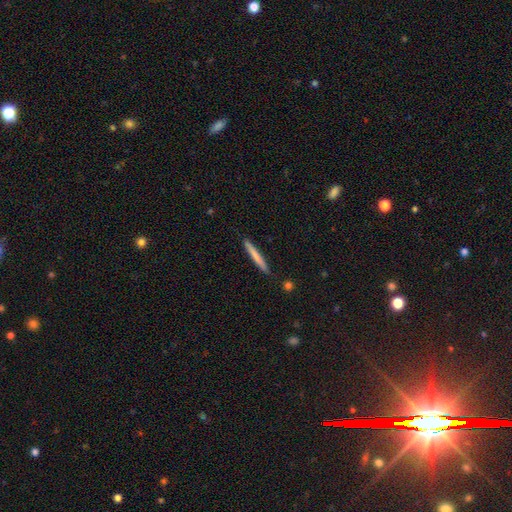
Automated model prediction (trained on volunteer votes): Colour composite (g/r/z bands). It shows a smooth galaxy with no disk features (71%) that is cigar-shaped (97%). Merging: none (90%).